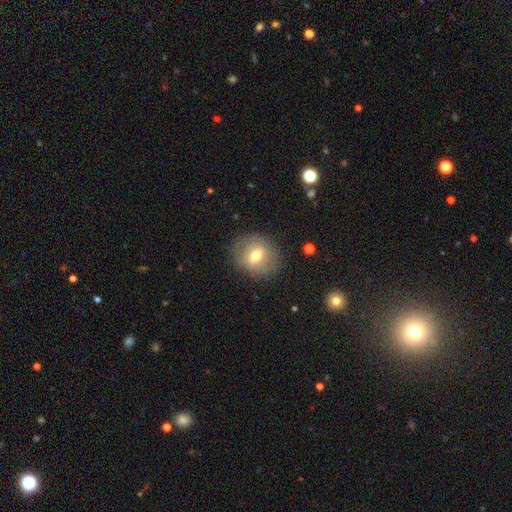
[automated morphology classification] Overall: smooth (54%; featured or disk 37%). How rounded: round (71%). Merging: none (80%).